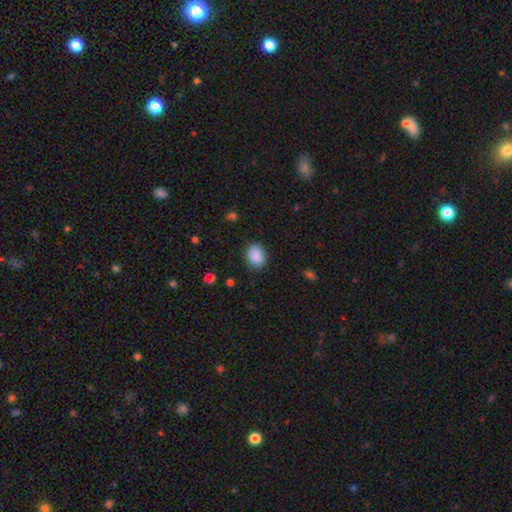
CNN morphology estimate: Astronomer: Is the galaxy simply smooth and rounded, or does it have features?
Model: smooth — 89%.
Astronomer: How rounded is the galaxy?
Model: in between — 64%.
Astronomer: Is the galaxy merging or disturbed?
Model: none — 84%.